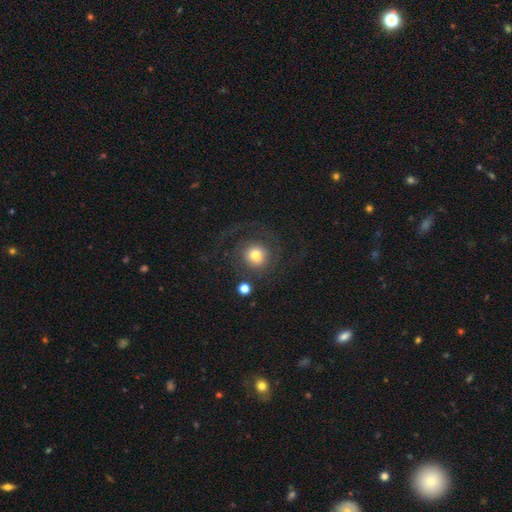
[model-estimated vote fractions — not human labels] Overall: smooth (58%; featured or disk 31%). How rounded: round (91%). Merging: none (64%).